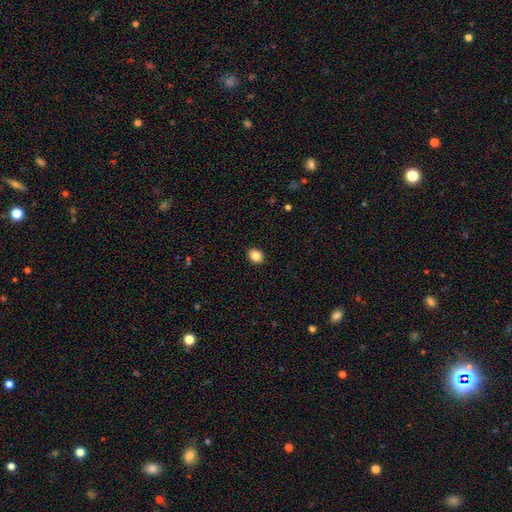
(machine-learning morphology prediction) Smooth or featured?
  - smooth: 86% *
  - star or artifact: 10%
  - featured or disk: 4%
How rounded?
  - round: 54% *
  - in between: 45%
  - cigar-shaped: 1%
Merging?
  - none: 92% *
  - minor disturbance: 6%
  - major disturbance: 2%
  - merger: 1%